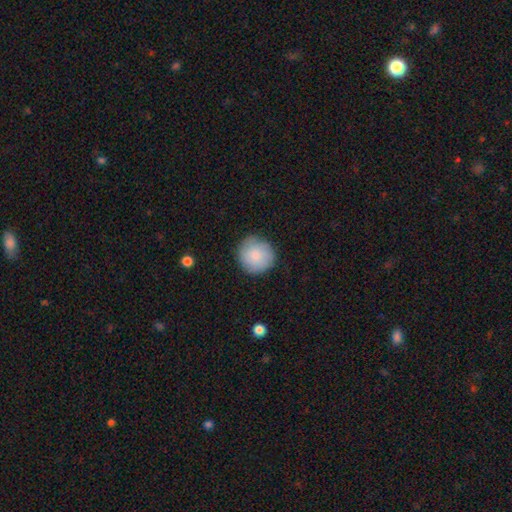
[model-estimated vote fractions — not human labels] Smooth or featured?
  - smooth: 85% *
  - featured or disk: 9%
  - star or artifact: 6%
How rounded?
  - round: 93% *
  - in between: 6%
  - cigar-shaped: 1%
Merging?
  - none: 83% *
  - minor disturbance: 13%
  - major disturbance: 3%
  - merger: 1%